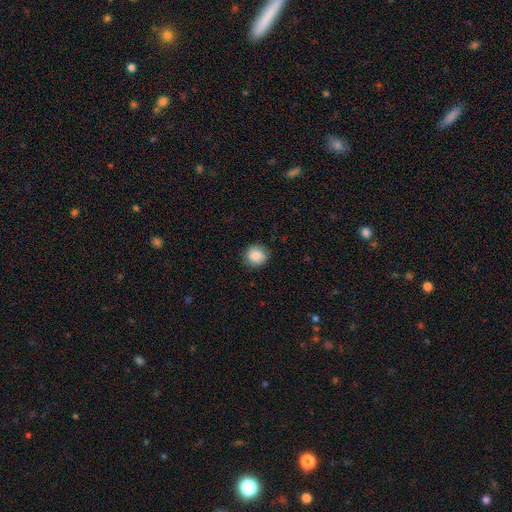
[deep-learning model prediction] Smooth or featured? Predicted: smooth (p=0.86). How rounded? Predicted: round (p=0.87). Merging? Predicted: none (p=0.86).